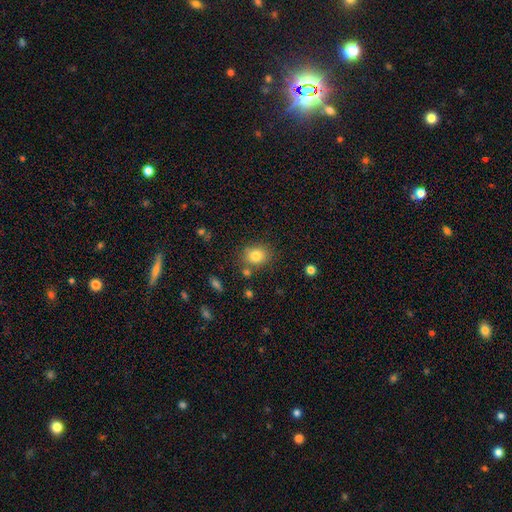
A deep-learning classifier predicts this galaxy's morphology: This is clearly a smooth galaxy (82%). How rounded: likely round (65%). Merging: likely none (78%).